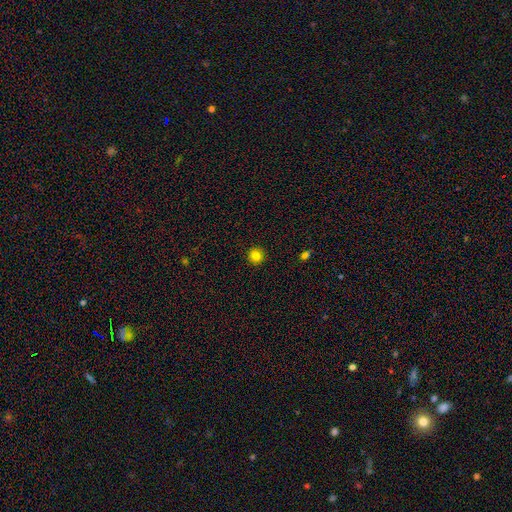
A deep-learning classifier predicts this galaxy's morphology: Q: Smooth or featured?
A: smooth (82%); runner-up: star or artifact (12%)
Q: How rounded?
A: round (94%); runner-up: in between (5%)
Q: Merging?
A: none (92%); runner-up: minor disturbance (5%)